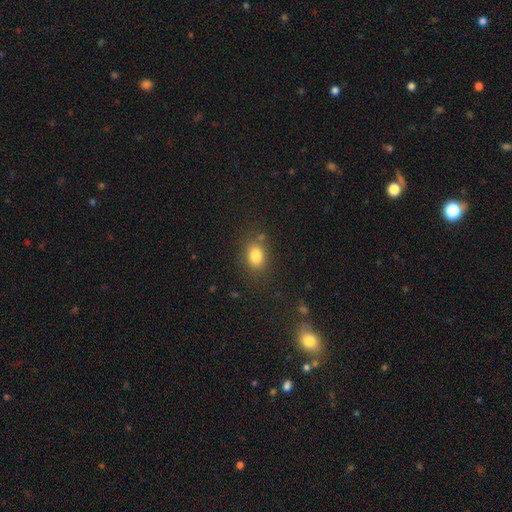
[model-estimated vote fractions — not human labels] Morphology: type=smooth (83%); roundness=in between (73%); merging=none (76%).